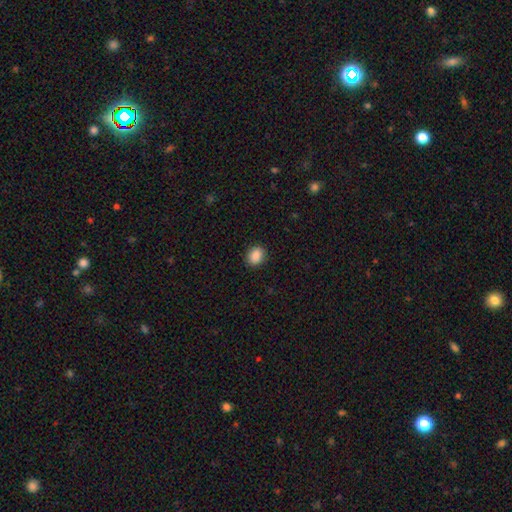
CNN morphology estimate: smooth 89%, star or artifact 8%, featured or disk 3%. Down the decision tree: how rounded — round (50%); merging — none (90%).